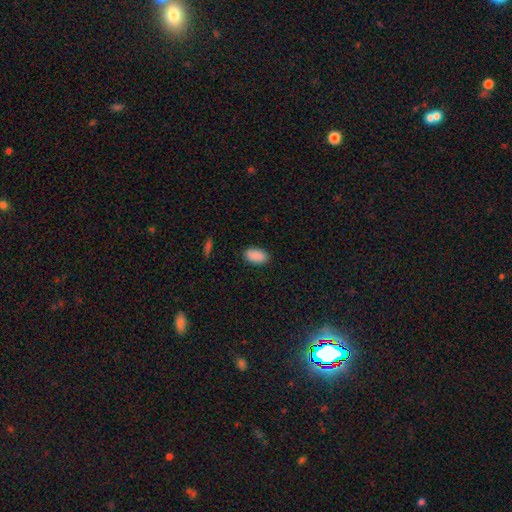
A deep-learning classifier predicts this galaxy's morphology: This is clearly a smooth galaxy (90%). How rounded: clearly in between (94%). Merging: clearly none (87%).